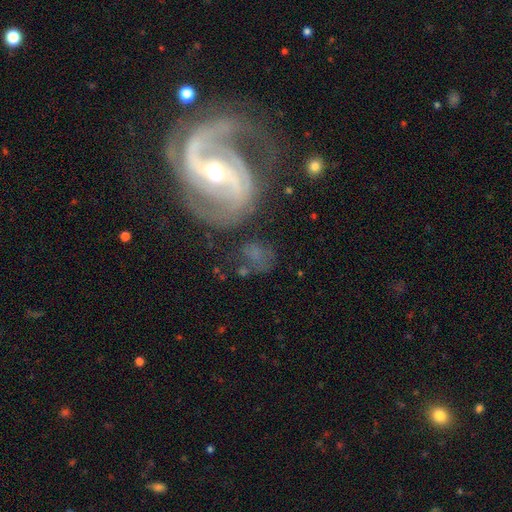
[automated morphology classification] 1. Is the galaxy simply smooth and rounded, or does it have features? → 44% featured or disk, 40% smooth, 16% star or artifact.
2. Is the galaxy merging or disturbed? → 48% none, 21% minor disturbance, 21% major disturbance, 10% merger.